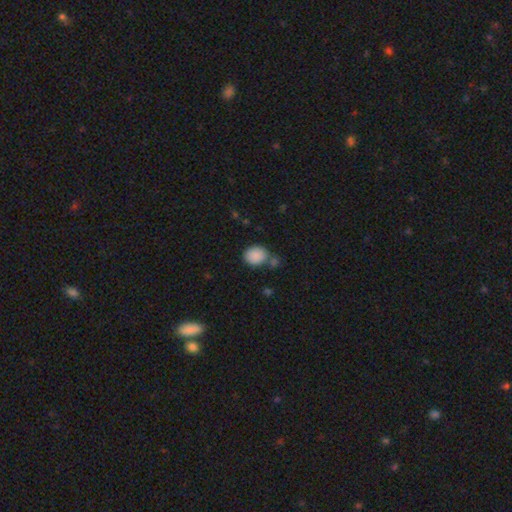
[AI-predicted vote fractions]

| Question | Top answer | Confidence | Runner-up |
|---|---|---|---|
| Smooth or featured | smooth | 88% | star or artifact (8%) |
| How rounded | round | 53% | in between (46%) |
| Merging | none | 64% | merger (17%) |